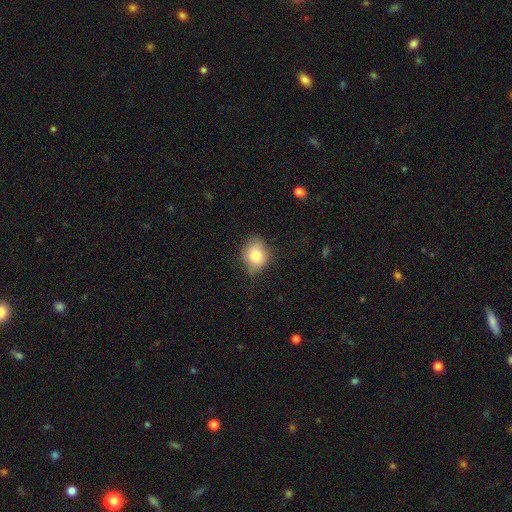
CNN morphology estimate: smooth 77%, featured or disk 13%, star or artifact 9%. Down the decision tree: how rounded — round (58%); merging — none (68%).